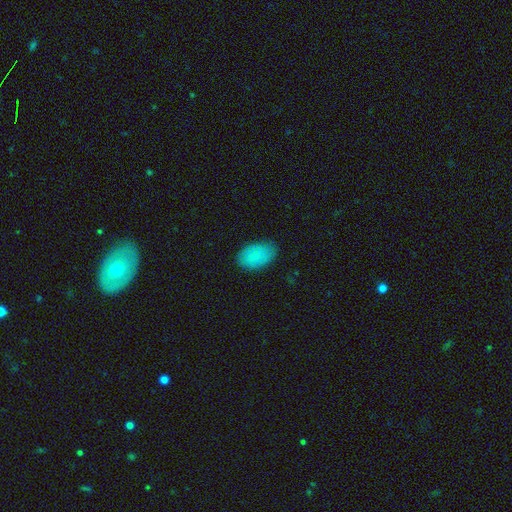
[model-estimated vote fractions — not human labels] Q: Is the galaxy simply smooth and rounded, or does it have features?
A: smooth — 85%.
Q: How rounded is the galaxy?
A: in between — 92%.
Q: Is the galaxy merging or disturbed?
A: none — 79%.